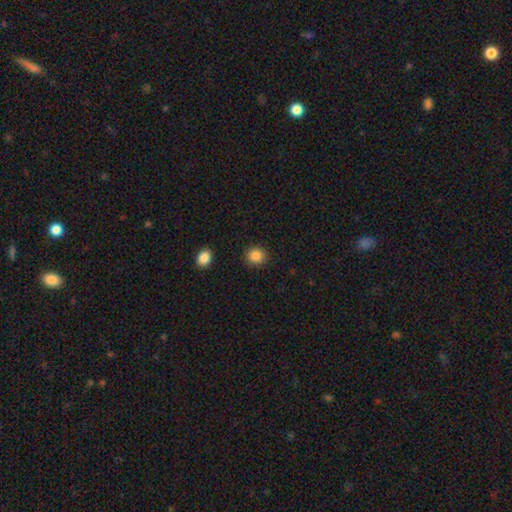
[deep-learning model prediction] This is clearly a smooth galaxy (86%). How rounded: clearly round (88%). Merging: clearly none (91%).